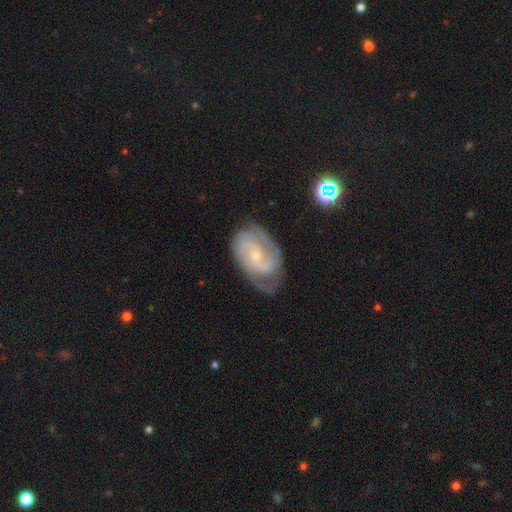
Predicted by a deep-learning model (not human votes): This is likely a featured or disk galaxy (79%). It is clearly not viewed edge-on (97%). Bar: likely no (61%). Spiral arm pattern: clearly yes (92%). Spiral arm count: possibly 2 (51%). Spiral winding: possibly tight (49%). Central bulge: likely small (74%). Merging: possibly none (59%).